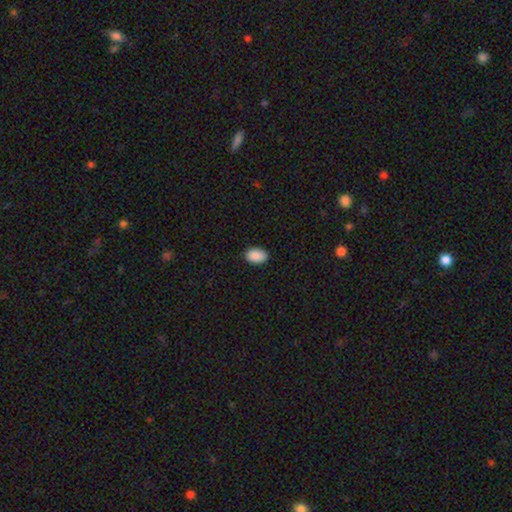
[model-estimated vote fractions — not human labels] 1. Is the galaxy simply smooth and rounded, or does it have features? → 90% smooth, 7% star or artifact, 2% featured or disk.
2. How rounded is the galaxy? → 89% in between, 10% round, 1% cigar-shaped.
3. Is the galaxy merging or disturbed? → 88% none, 9% minor disturbance, 2% major disturbance, 1% merger.